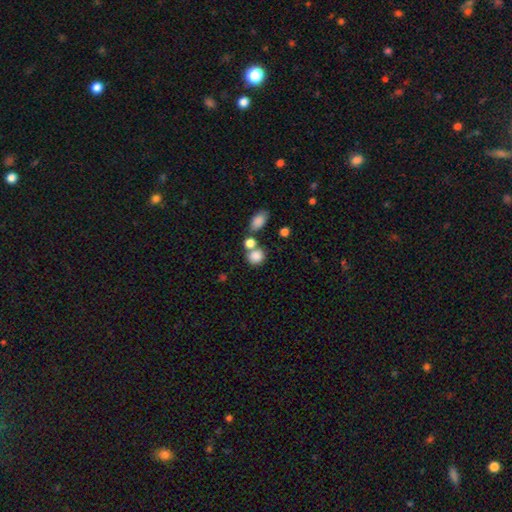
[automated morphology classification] Overall: smooth (84%). How rounded: round (71%). Merging: none (51%; merger 33%).